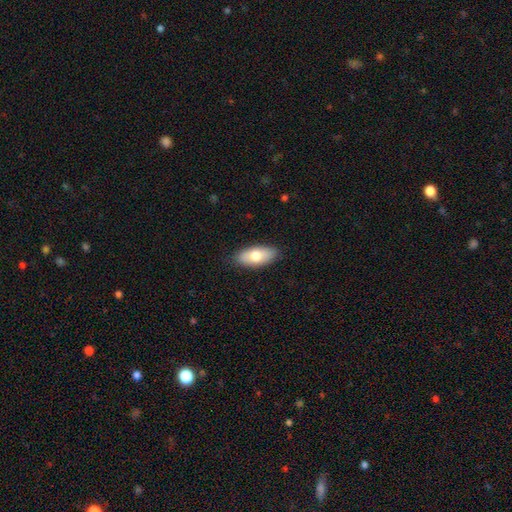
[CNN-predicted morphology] Smooth or featured? smooth (72%)
How rounded? in between (88%)
Merging? none (86%)